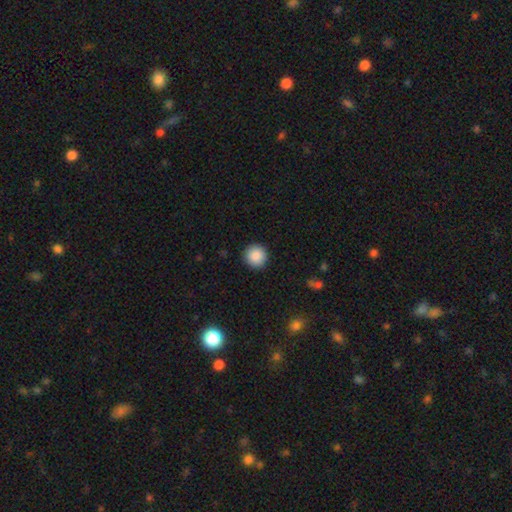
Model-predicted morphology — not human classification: Smooth or featured? smooth (88%)
How rounded? round (95%)
Merging? none (92%)